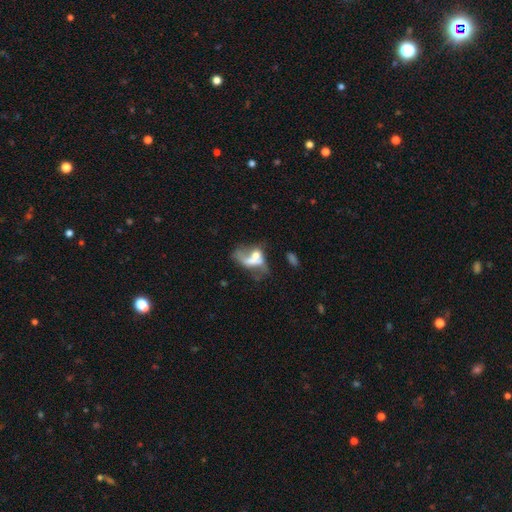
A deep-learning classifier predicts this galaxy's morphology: Q: Smooth or featured?
A: featured or disk (49%); runner-up: smooth (39%)
Q: Merging?
A: merger (43%); runner-up: major disturbance (30%)